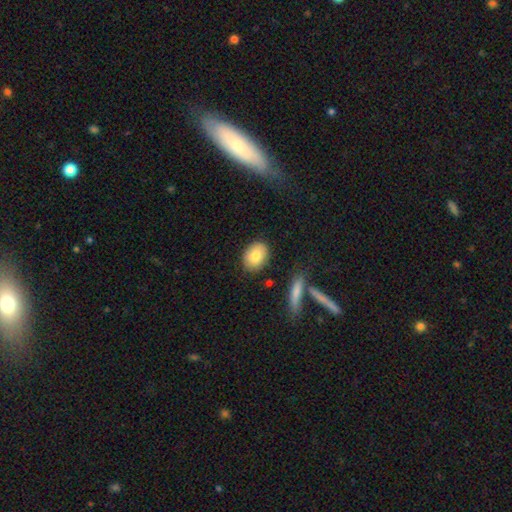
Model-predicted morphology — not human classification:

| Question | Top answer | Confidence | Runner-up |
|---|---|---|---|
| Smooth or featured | smooth | 81% | featured or disk (12%) |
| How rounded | in between | 68% | round (30%) |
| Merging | none | 82% | minor disturbance (12%) |